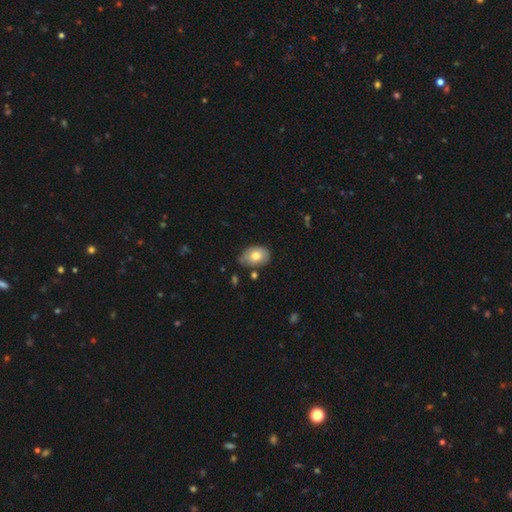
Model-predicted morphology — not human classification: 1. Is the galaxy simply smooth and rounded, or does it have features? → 72% smooth, 21% featured or disk, 7% star or artifact.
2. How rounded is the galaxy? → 83% in between, 16% round, 1% cigar-shaped.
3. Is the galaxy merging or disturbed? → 64% none, 27% minor disturbance, 5% major disturbance, 4% merger.